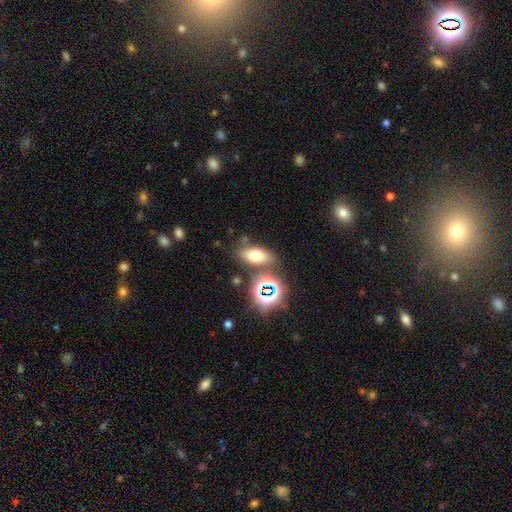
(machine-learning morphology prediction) Smooth or featured? smooth (65%)
How rounded? in between (77%)
Merging? none (71%)